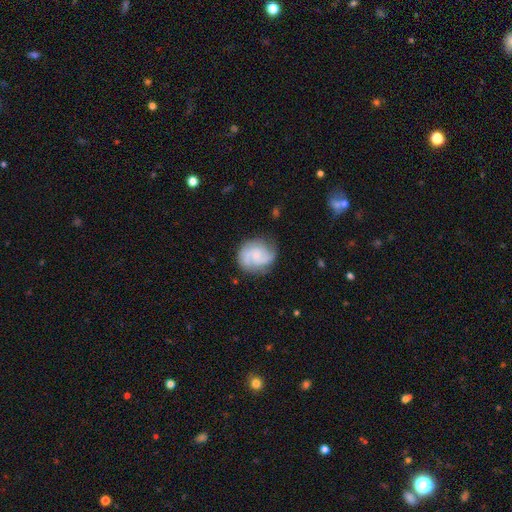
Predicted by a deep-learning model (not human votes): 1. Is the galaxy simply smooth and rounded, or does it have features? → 71% featured or disk, 23% smooth, 7% star or artifact.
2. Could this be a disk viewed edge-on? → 98% no, 2% yes.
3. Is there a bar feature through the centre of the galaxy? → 63% no, 32% weak, 5% strong.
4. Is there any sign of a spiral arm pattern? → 95% yes, 5% no.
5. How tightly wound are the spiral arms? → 45% medium, 40% tight, 15% loose.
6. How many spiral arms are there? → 43% 2, 29% 3, 15% can't tell, 5% 4, 4% 1, 4% more than 4.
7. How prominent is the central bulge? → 53% small, 23% none, 19% moderate, 3% large, 1% dominant.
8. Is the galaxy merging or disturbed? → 76% none, 16% minor disturbance, 7% major disturbance, 1% merger.